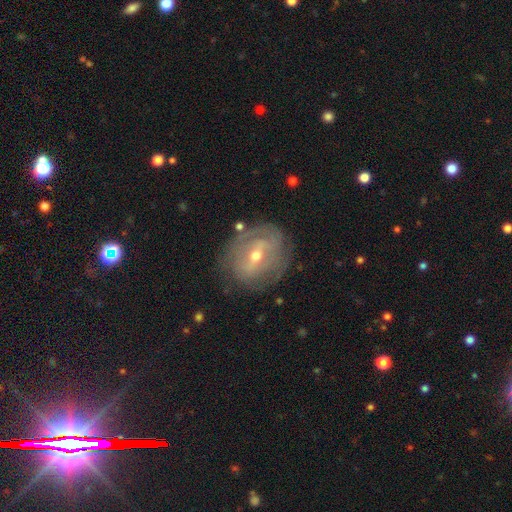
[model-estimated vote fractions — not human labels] The model was most divided on "bulge size": small: 49%, moderate: 48%, large: 1%, none: 1%, dominant: 1%. Remaining: edge-on disk — no (93%); merging — none (73%); smooth or featured — featured or disk (73%); spiral arms — yes (67%); bar — weak (44%).